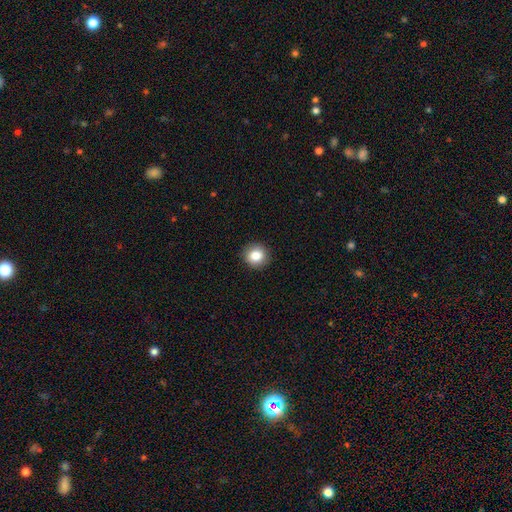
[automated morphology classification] This is clearly a smooth galaxy (84%). How rounded: clearly round (89%). Merging: clearly none (91%).